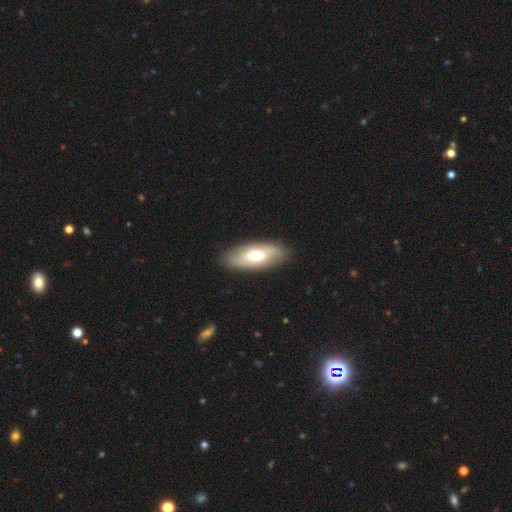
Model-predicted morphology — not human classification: smooth 55%, featured or disk 39%, star or artifact 6%. Down the decision tree: how rounded — in between (84%); merging — none (86%).